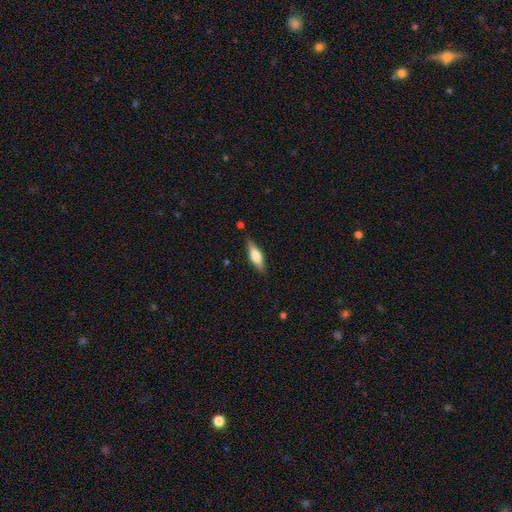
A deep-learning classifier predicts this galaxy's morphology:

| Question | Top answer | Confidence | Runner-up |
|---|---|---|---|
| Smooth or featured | smooth | 50% | featured or disk (43%) |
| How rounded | cigar-shaped | 49% | in between (48%) |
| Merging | none | 83% | minor disturbance (12%) |